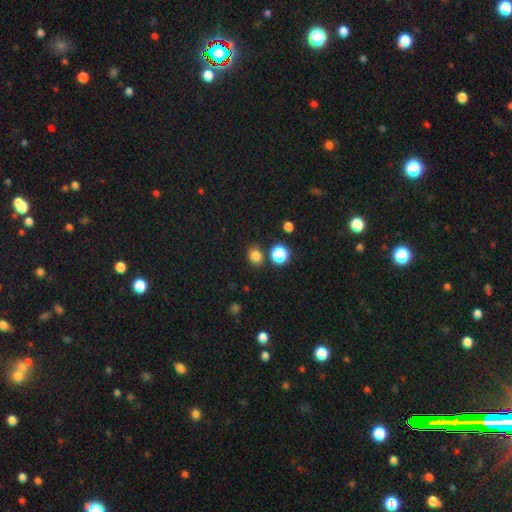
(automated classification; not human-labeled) A smooth galaxy with no disk features (79%) that is round (66%).

Vote fractions:
- Smooth or featured? smooth: 79% / star or artifact: 16% / featured or disk: 5%
- How rounded? round: 66% / in between: 33% / cigar-shaped: 1%
- Merging? none: 80% / minor disturbance: 10% / merger: 7% / major disturbance: 3%